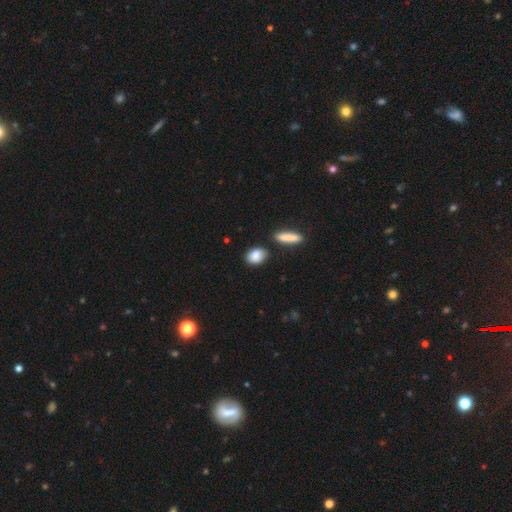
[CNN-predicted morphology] A smooth galaxy with no disk features (86%) that is in between round and cigar-shaped (74%). Merging: none (75%).